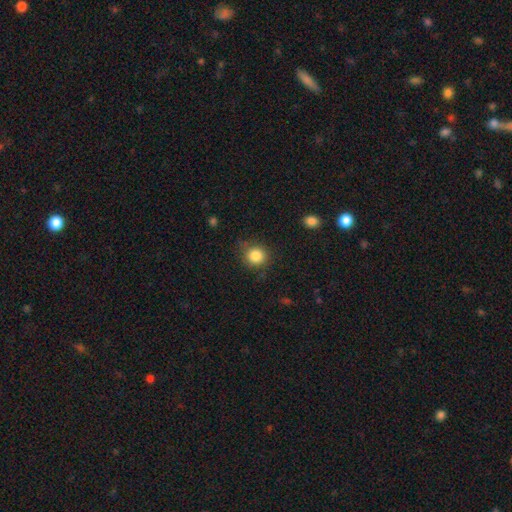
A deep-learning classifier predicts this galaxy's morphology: smooth 85%, star or artifact 10%, featured or disk 5%. Down the decision tree: how rounded — round (88%); merging — none (79%).